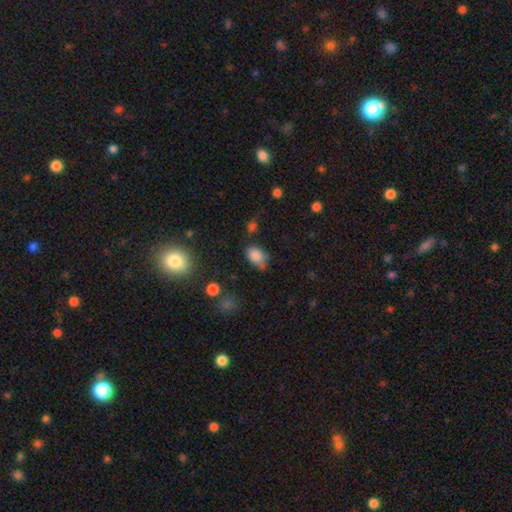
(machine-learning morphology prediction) Smooth or featured?
  - smooth: 82% *
  - star or artifact: 11%
  - featured or disk: 7%
How rounded?
  - in between: 83% *
  - round: 15%
  - cigar-shaped: 1%
Merging?
  - none: 51% *
  - minor disturbance: 33%
  - major disturbance: 9%
  - merger: 7%